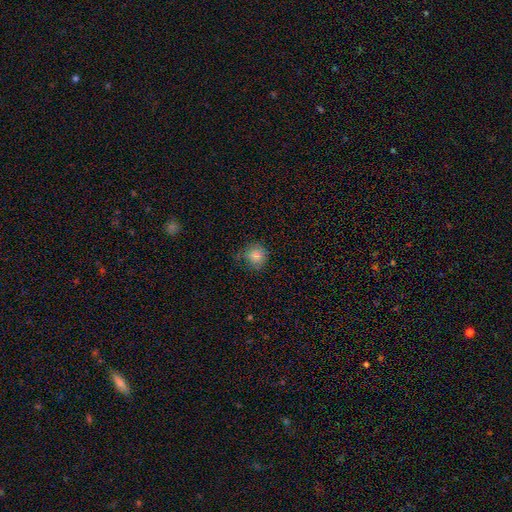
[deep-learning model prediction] Smooth or featured? smooth (83%)
How rounded? round (87%)
Merging? none (71%)